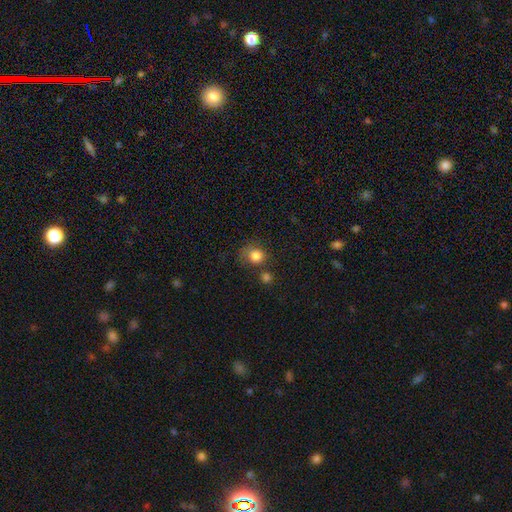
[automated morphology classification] smooth 83%, star or artifact 11%, featured or disk 6%. Down the decision tree: how rounded — round (80%); merging — none (56%).